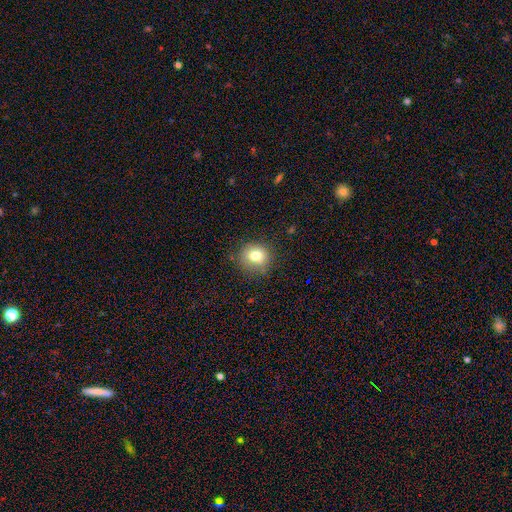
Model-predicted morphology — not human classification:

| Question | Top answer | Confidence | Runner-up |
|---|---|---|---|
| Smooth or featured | smooth | 78% | star or artifact (12%) |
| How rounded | round | 79% | in between (20%) |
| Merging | none | 78% | minor disturbance (16%) |